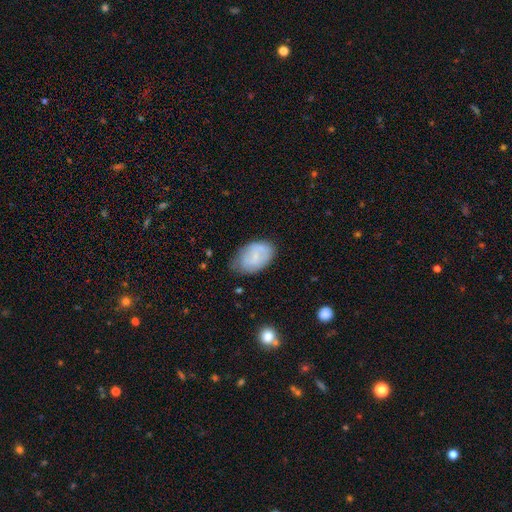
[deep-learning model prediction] A smooth galaxy with no disk features (64%) that is in between round and cigar-shaped (90%). Merging: none (58%).